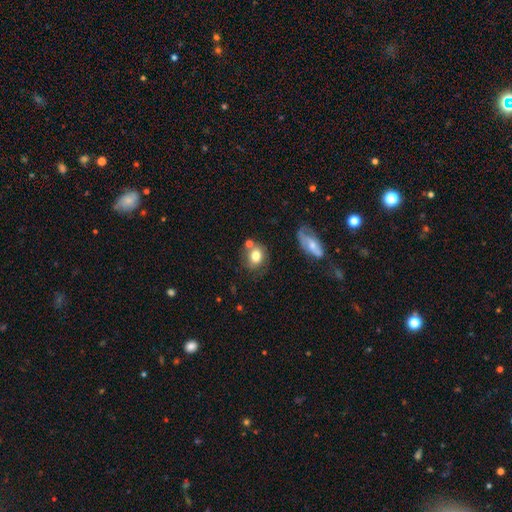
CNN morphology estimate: Smooth or featured? Predicted: smooth (p=0.73). How rounded? Predicted: round (p=0.58). Merging? Predicted: none (p=0.53).